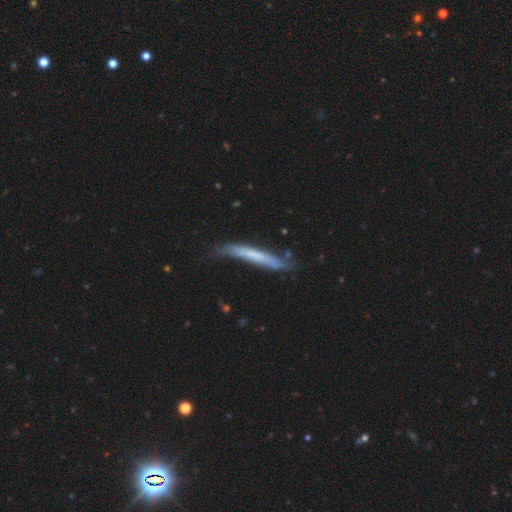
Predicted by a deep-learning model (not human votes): This appears to be a smooth galaxy with no disk features (50%) that is cigar-shaped (94%). Merging: none (55%).